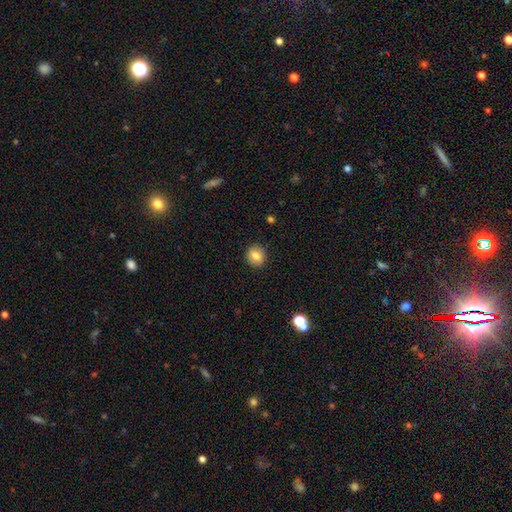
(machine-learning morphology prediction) This appears to be a smooth galaxy with no disk features (81%) that is round (81%). Merging: none (90%).